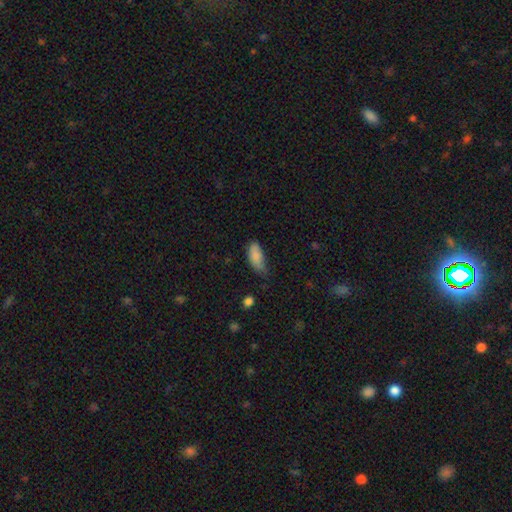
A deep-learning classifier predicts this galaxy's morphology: Q: Smooth or featured?
A: smooth (86%); runner-up: star or artifact (7%)
Q: How rounded?
A: in between (87%); runner-up: cigar-shaped (11%)
Q: Merging?
A: minor disturbance (43%); tied with: none (43%)